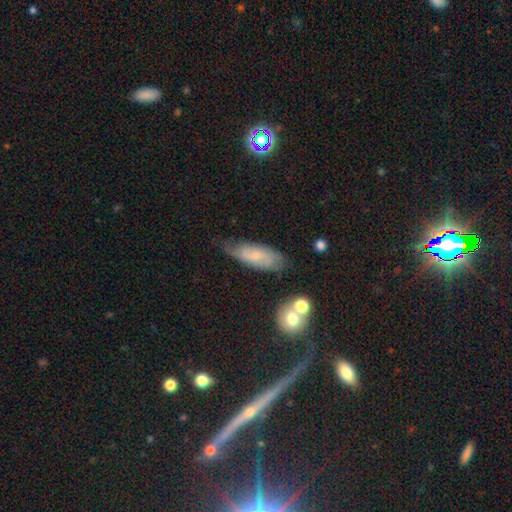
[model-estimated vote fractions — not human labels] Overall: smooth (49%; featured or disk 42%). Merging: none (57%; minor disturbance 31%).